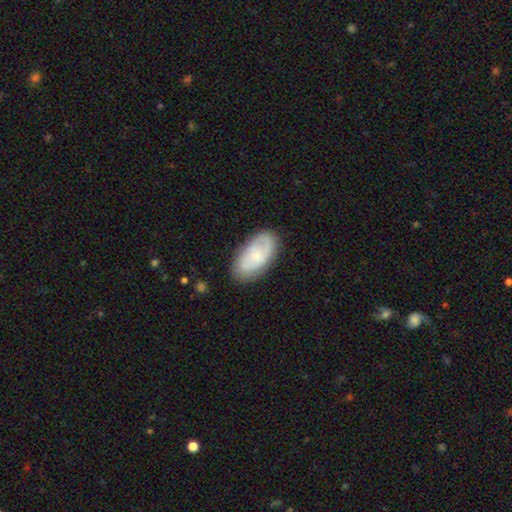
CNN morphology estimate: smooth_or_featured: smooth (p=0.50) [alt: featured or disk p=0.43]
how_rounded: in between (p=0.93) [alt: cigar-shaped p=0.04]
merging: none (p=0.78) [alt: minor disturbance p=0.16]